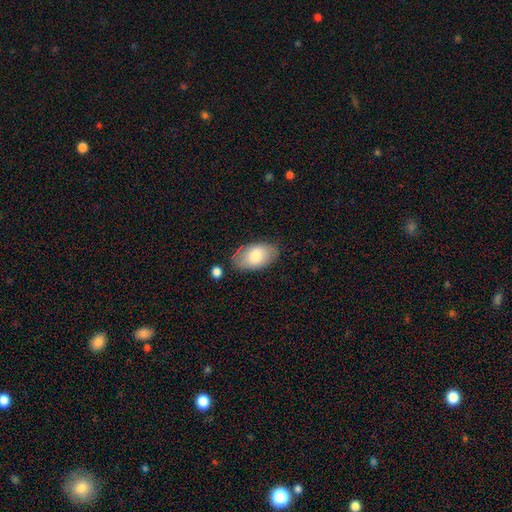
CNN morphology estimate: Overall: smooth (78%). How rounded: in between (94%). Merging: none (76%).